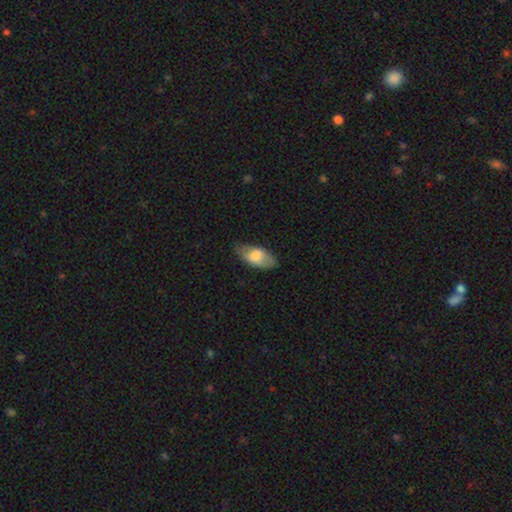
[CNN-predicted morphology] Smooth or featured? smooth (72%)
How rounded? in between (91%)
Merging? none (74%)